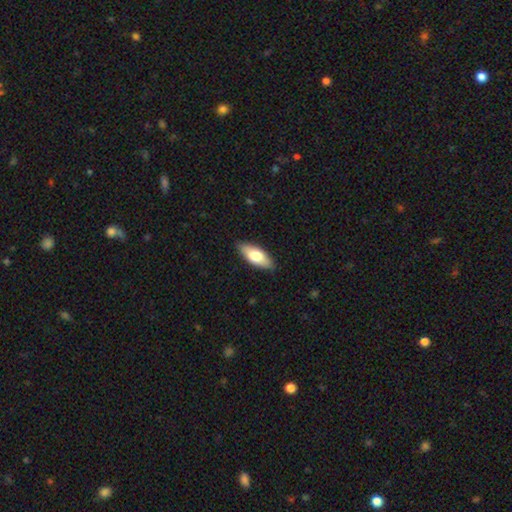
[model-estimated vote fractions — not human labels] A smooth galaxy with no disk features (68%) that is in between round and cigar-shaped (78%). Merging: none (87%).